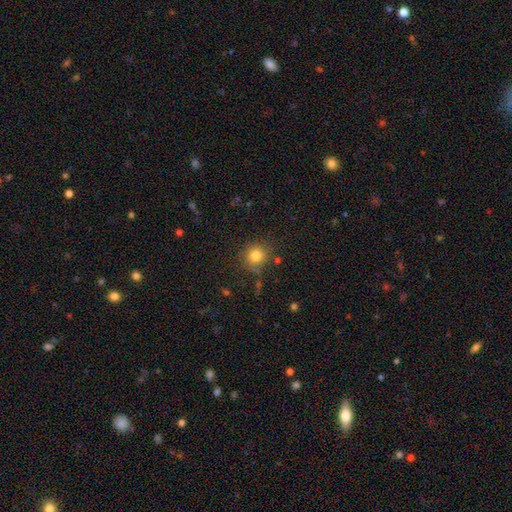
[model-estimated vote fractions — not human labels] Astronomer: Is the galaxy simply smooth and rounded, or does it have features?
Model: smooth — 81%.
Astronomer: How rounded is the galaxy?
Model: round — 90%.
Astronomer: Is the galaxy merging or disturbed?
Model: none — 81%.